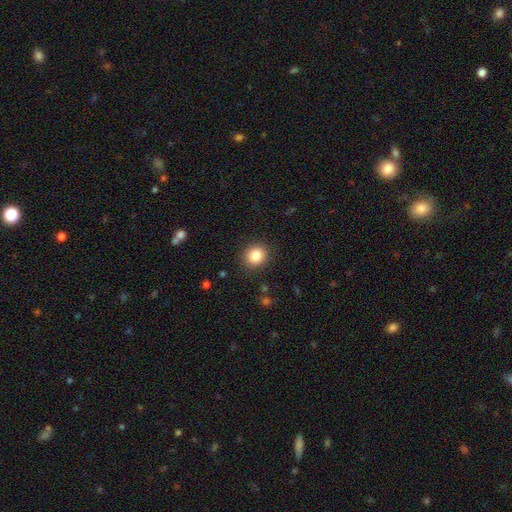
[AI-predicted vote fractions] A smooth galaxy with no disk features (84%) that is round (78%). Merging: none (89%).